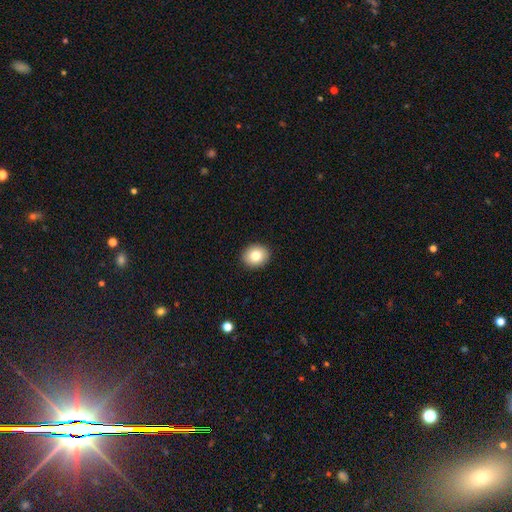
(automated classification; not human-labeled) Smooth or featured? Predicted: smooth (p=0.81). How rounded? Predicted: round (p=0.64). Merging? Predicted: none (p=0.92).